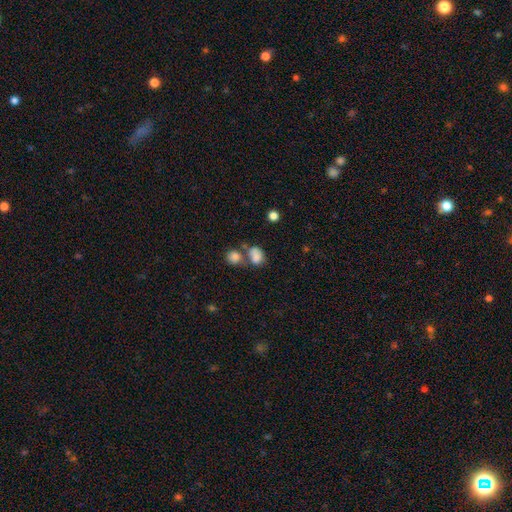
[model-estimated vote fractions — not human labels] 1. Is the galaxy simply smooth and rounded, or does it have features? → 79% smooth, 11% star or artifact, 10% featured or disk.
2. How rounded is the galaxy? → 60% in between, 39% round, 1% cigar-shaped.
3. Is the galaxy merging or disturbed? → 46% merger, 32% none, 14% minor disturbance, 8% major disturbance.